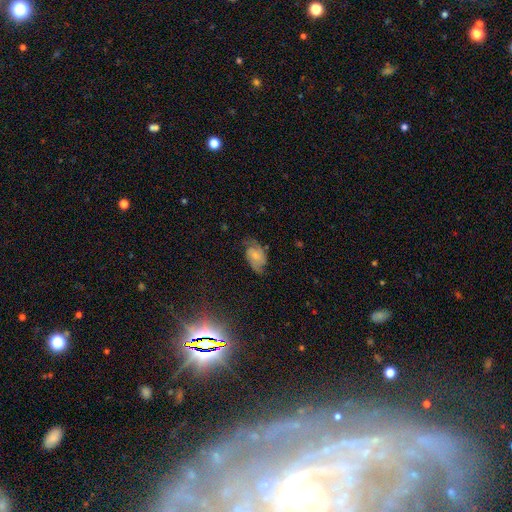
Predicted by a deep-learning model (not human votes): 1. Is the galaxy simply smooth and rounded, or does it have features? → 61% featured or disk, 30% smooth, 9% star or artifact.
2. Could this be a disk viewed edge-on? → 96% no, 4% yes.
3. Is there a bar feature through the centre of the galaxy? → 58% no, 35% weak, 7% strong.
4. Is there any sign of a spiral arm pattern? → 90% yes, 10% no.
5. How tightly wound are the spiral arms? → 46% medium, 31% tight, 23% loose.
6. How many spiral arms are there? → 75% 2, 14% can't tell, 4% 3, 4% 1, 2% 4, 1% more than 4.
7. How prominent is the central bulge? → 50% small, 30% moderate, 15% none, 4% large, 2% dominant.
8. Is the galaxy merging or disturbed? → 60% none, 26% minor disturbance, 12% major disturbance, 2% merger.